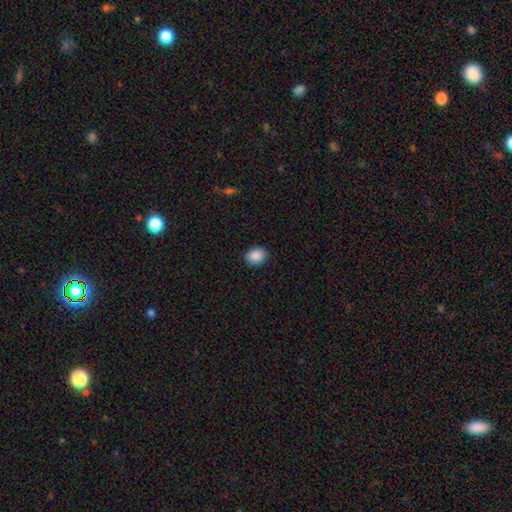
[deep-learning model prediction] Smooth or featured?
  - smooth: 89% *
  - star or artifact: 8%
  - featured or disk: 3%
How rounded?
  - round: 56% *
  - in between: 43%
  - cigar-shaped: 1%
Merging?
  - none: 88% *
  - minor disturbance: 9%
  - major disturbance: 2%
  - merger: 1%